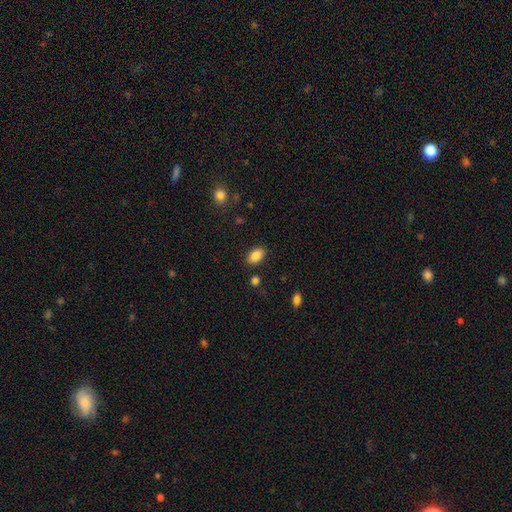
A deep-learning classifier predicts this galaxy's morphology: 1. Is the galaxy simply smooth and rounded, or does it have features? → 87% smooth, 8% star or artifact, 5% featured or disk.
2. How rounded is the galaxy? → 90% in between, 8% round, 2% cigar-shaped.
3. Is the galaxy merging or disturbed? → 85% none, 10% minor disturbance, 3% major disturbance, 2% merger.